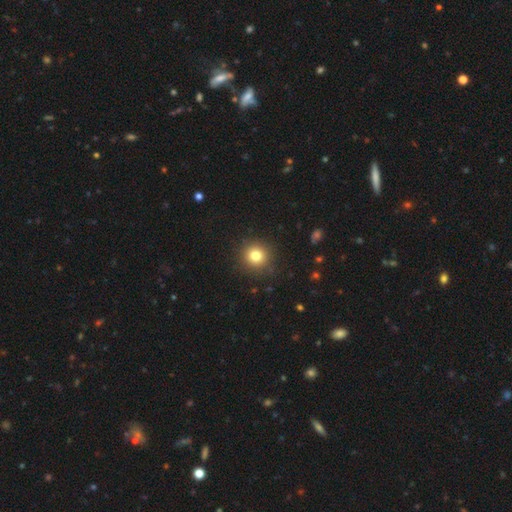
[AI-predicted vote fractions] This appears to be a smooth galaxy with no disk features (80%) that is round (93%). Merging: none (90%).